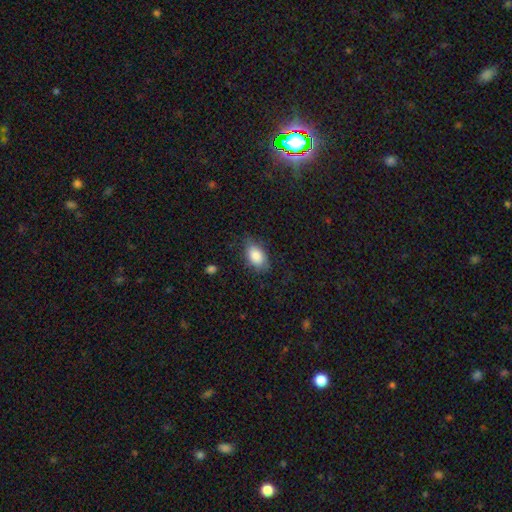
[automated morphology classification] The model was most divided on "merging": none: 70%, minor disturbance: 22%, major disturbance: 7%, merger: 1%. More confident: how rounded — in between (91%); smooth or featured — smooth (84%).